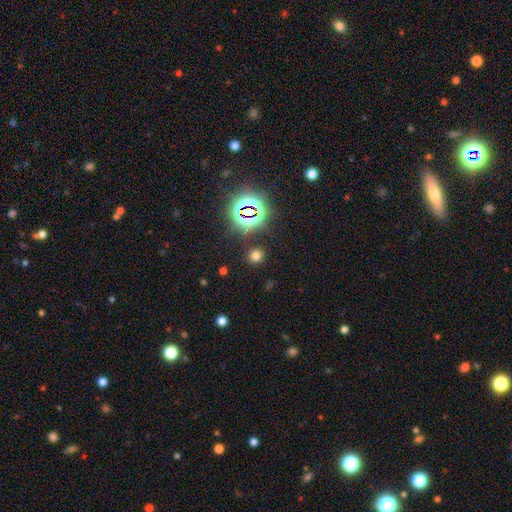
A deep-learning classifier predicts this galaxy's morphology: Smooth or featured? smooth (66%)
How rounded? round (86%)
Merging? none (88%)